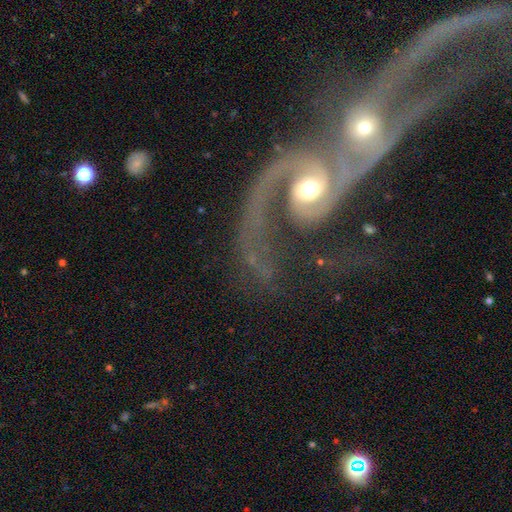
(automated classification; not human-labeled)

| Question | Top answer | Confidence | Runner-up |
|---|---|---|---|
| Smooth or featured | featured or disk | 87% | smooth (8%) |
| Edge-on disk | no | 97% | yes (3%) |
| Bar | no | 55% | weak (32%) |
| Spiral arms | yes | 95% | no (5%) |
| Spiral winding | medium | 47% | loose (37%) |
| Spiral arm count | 2 | 79% | 1 (11%) |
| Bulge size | moderate | 68% | small (17%) |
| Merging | merger | 50% | none (23%) |